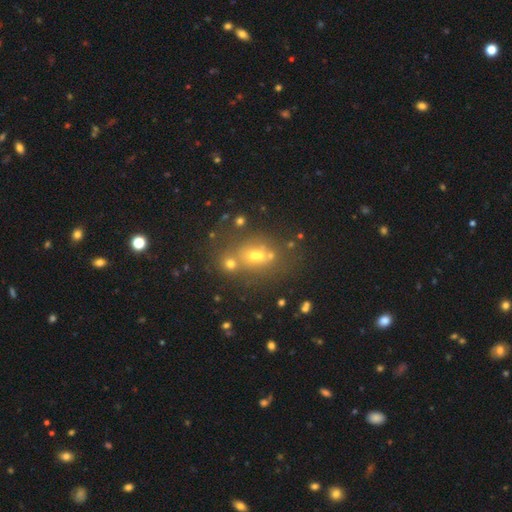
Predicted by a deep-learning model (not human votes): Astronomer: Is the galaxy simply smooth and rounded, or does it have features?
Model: smooth — 46% (runner-up: featured or disk, 27%).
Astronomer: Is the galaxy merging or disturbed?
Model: none — 44% (runner-up: merger, 38%).